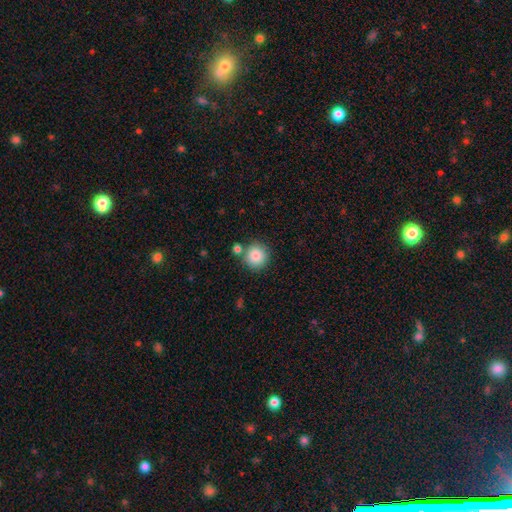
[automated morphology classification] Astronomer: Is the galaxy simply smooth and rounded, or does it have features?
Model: smooth — 86%.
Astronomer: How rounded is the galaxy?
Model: round — 94%.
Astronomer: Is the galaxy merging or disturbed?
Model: none — 79%.